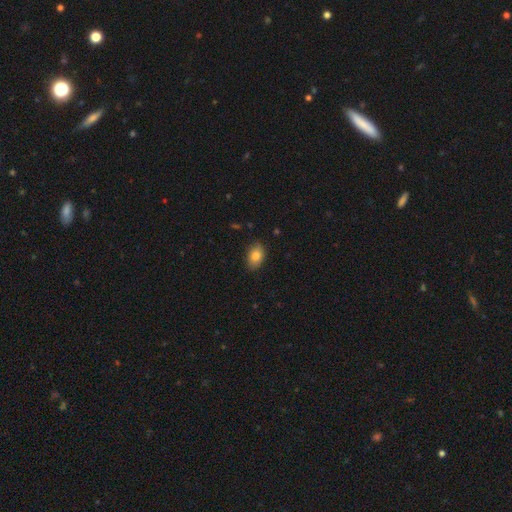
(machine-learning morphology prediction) smooth 83%, featured or disk 9%, star or artifact 8%. Down the decision tree: how rounded — in between (85%); merging — none (84%).